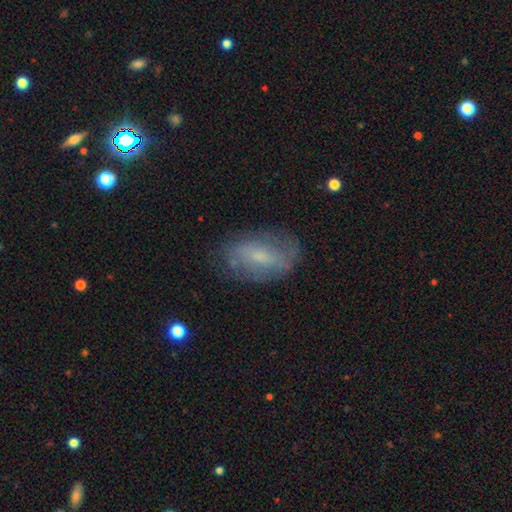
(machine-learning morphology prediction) Smooth or featured? featured or disk (46%)
Merging? none (69%)